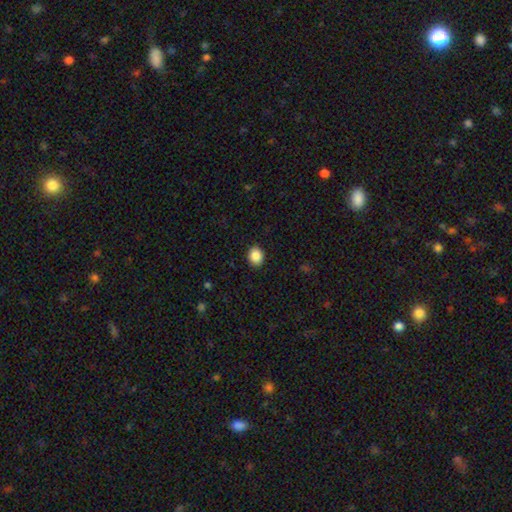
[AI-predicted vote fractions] Smooth or featured? smooth (87%)
How rounded? round (61%)
Merging? none (91%)